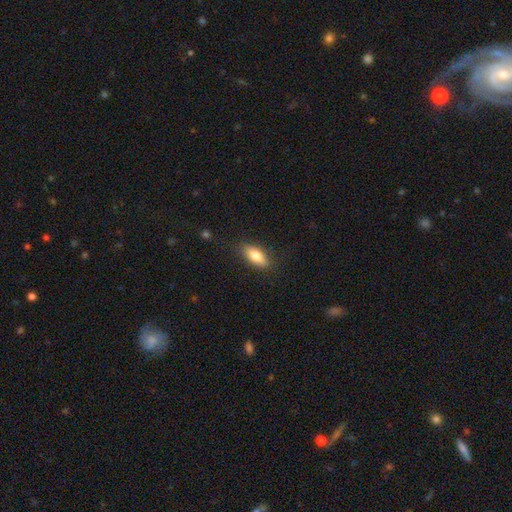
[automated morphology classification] Smooth or featured? Predicted: smooth (p=0.78). How rounded? Predicted: in between (p=0.78). Merging? Predicted: none (p=0.84).